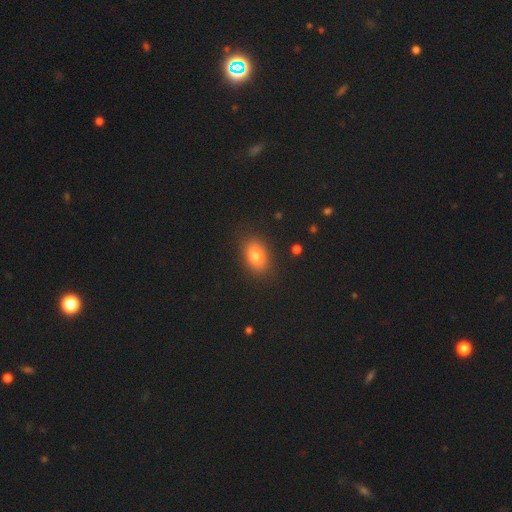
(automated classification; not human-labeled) Q: Smooth or featured?
A: smooth (79%); runner-up: featured or disk (11%)
Q: How rounded?
A: in between (80%); runner-up: round (18%)
Q: Merging?
A: none (86%); runner-up: minor disturbance (10%)